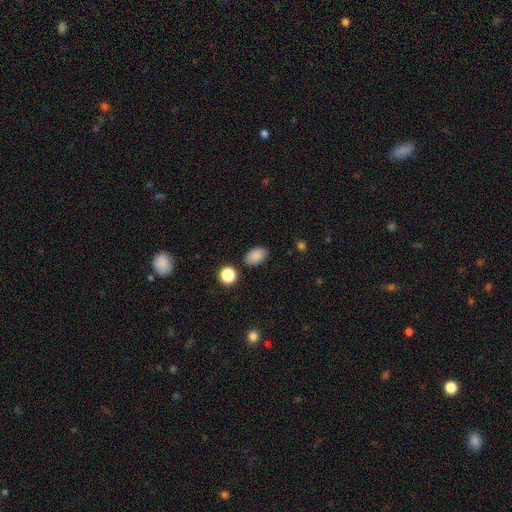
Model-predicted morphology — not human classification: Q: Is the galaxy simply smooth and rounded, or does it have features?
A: smooth — 86%.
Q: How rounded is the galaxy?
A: in between — 87%.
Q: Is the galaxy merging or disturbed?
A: none — 83%.